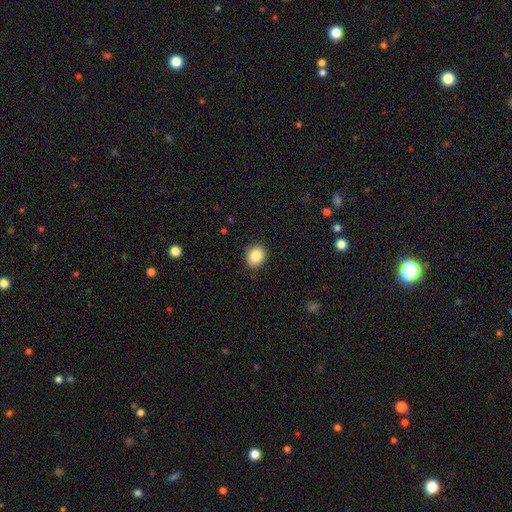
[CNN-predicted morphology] Overall: smooth (86%). How rounded: round (61%; in between 38%). Merging: none (86%).